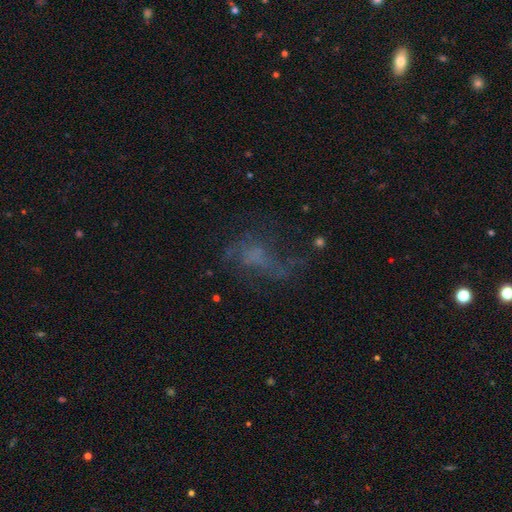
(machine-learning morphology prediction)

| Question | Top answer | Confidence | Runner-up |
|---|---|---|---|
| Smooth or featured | featured or disk | 47% | smooth (29%) |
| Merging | none | 41% | major disturbance (38%) |